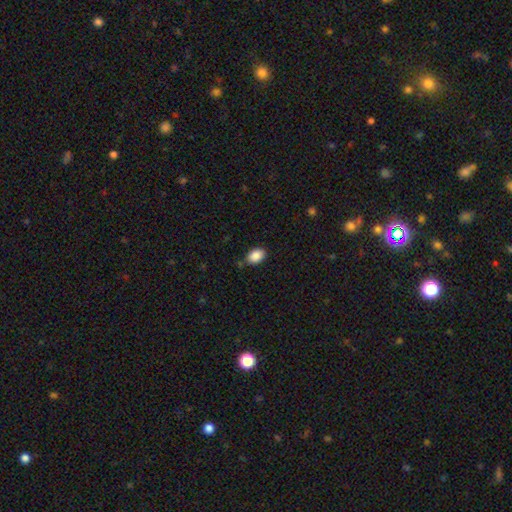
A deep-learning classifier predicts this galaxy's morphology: Smooth or featured? Predicted: smooth (p=0.88). How rounded? Predicted: in between (p=0.84). Merging? Predicted: none (p=0.79).